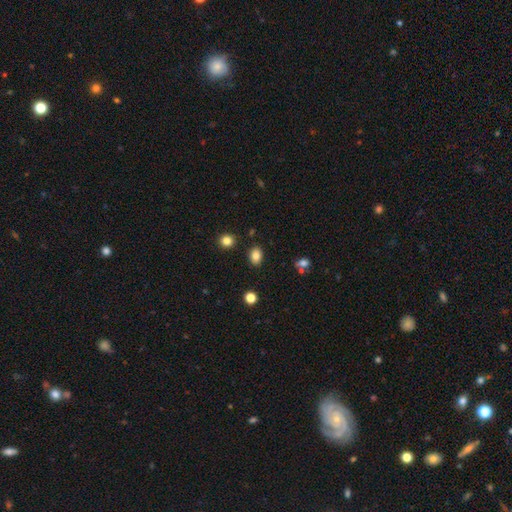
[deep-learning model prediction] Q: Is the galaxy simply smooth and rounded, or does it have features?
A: smooth — 84%.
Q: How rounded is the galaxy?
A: in between — 74%.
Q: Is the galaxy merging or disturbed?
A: none — 86%.